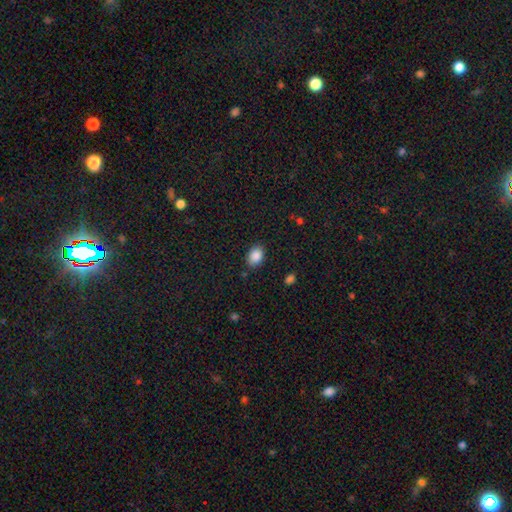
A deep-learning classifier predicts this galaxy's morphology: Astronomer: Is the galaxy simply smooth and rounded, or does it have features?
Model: smooth — 88%.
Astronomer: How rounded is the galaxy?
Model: in between — 80%.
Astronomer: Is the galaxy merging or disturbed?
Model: none — 85%.